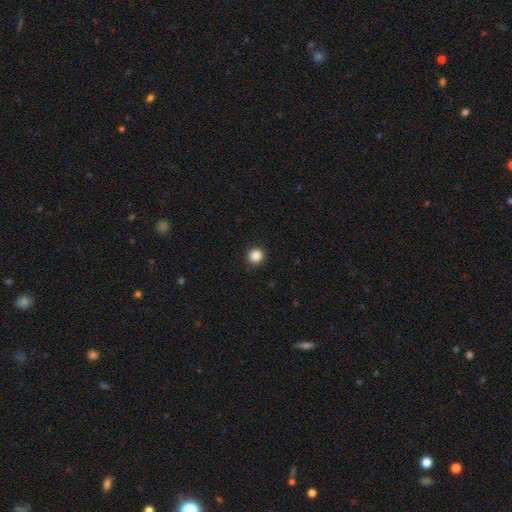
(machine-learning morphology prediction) Smooth or featured?
  - smooth: 87% *
  - star or artifact: 10%
  - featured or disk: 3%
How rounded?
  - round: 92% *
  - in between: 7%
  - cigar-shaped: 1%
Merging?
  - none: 93% *
  - minor disturbance: 5%
  - major disturbance: 2%
  - merger: 1%